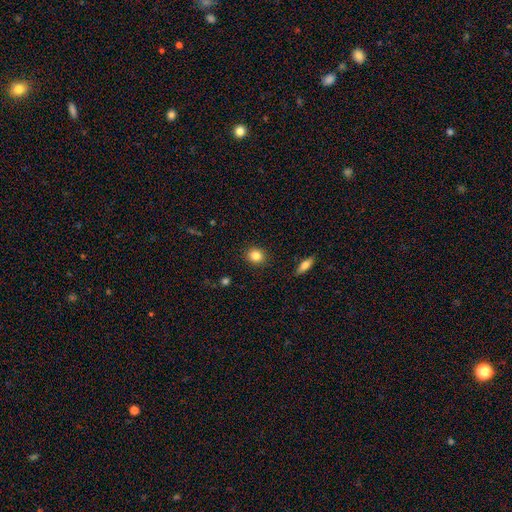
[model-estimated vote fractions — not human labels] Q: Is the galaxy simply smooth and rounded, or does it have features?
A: smooth — 84%.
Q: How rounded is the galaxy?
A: round — 75%.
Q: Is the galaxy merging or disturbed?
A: none — 90%.